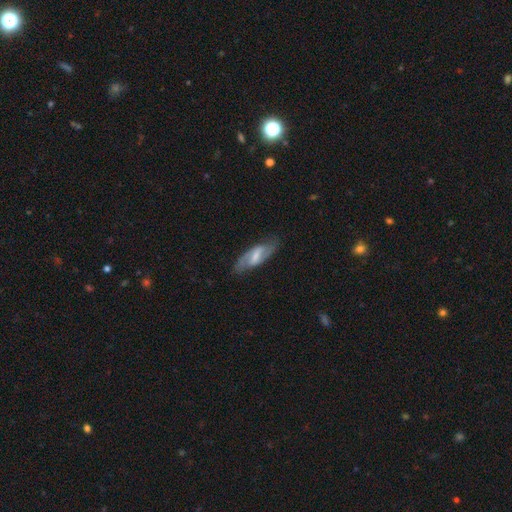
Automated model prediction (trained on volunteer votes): This is likely a featured or disk galaxy (67%). It is clearly not viewed edge-on (85%). Bar: possibly strong (53%). Spiral arm pattern: likely yes (78%). Central bulge: marginally small (43%). Merging: likely none (80%).